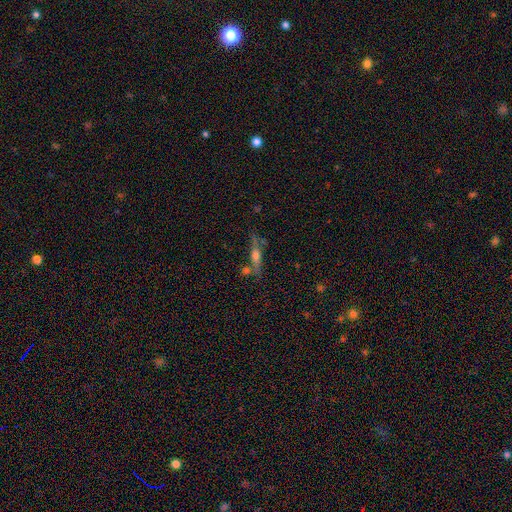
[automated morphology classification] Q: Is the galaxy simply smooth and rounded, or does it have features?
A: featured or disk — 56%.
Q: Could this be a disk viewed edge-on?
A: yes — 89%.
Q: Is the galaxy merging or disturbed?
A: none — 65%.